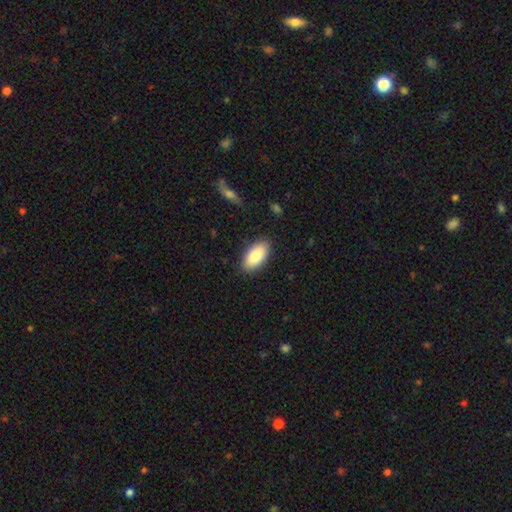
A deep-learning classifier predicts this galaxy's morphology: Overall: smooth (84%). How rounded: in between (93%). Merging: none (87%).